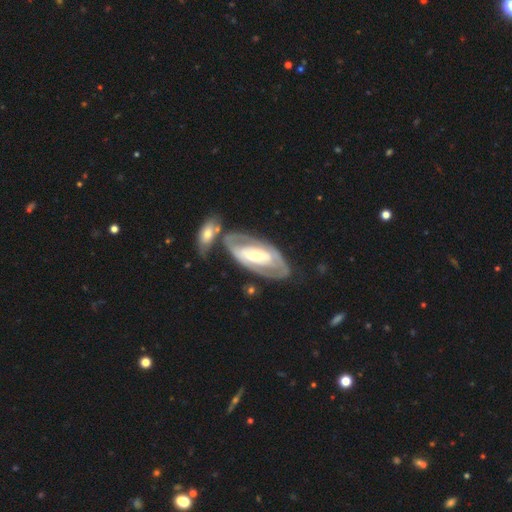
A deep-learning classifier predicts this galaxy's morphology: smooth_or_featured: featured or disk (p=0.76) [alt: smooth p=0.19]
disk_edge_on: no (p=0.91) [alt: yes p=0.09]
bar: strong (p=0.43) [alt: weak p=0.30]
has_spiral_arms: yes (p=0.71) [alt: no p=0.29]
bulge_size: moderate (p=0.44) [alt: small p=0.38]
merging: none (p=0.59) [alt: minor disturbance p=0.17]